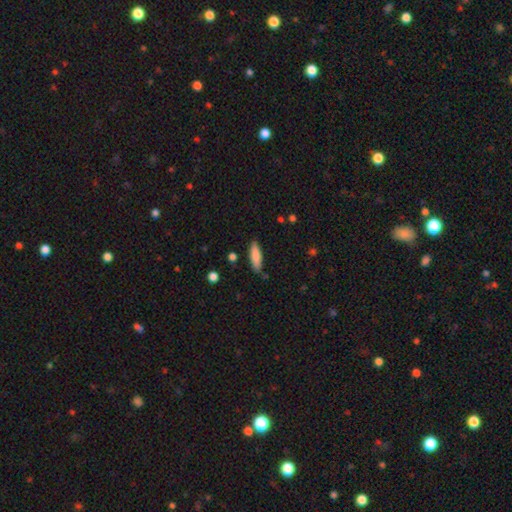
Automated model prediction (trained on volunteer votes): Smooth or featured? smooth (81%)
How rounded? cigar-shaped (60%)
Merging? none (83%)